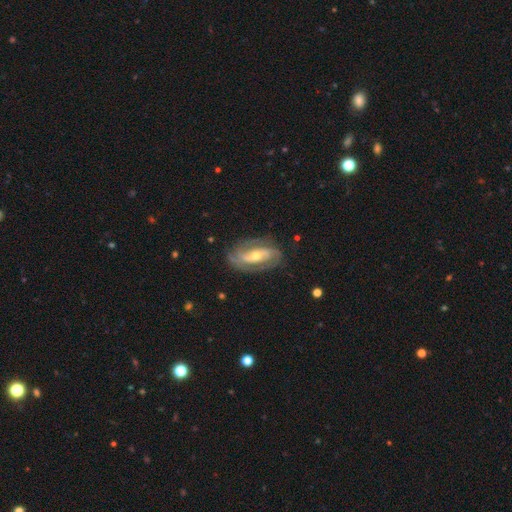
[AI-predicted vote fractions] The model was most divided on "bar": no: 36%, weak: 34%, strong: 30%. Remaining: edge-on disk — no (94%); spiral arms — yes (93%); smooth or featured — featured or disk (85%); merging — none (77%); spiral arm count — 2 (66%); bulge size — moderate (55%); spiral winding — tight (46%).